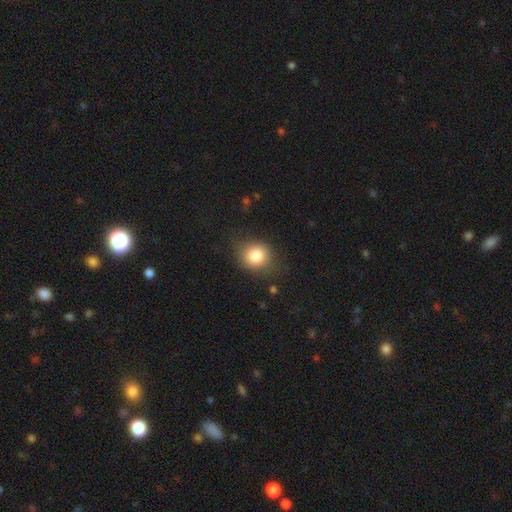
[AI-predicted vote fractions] Overall: smooth (84%). How rounded: round (73%). Merging: none (75%).